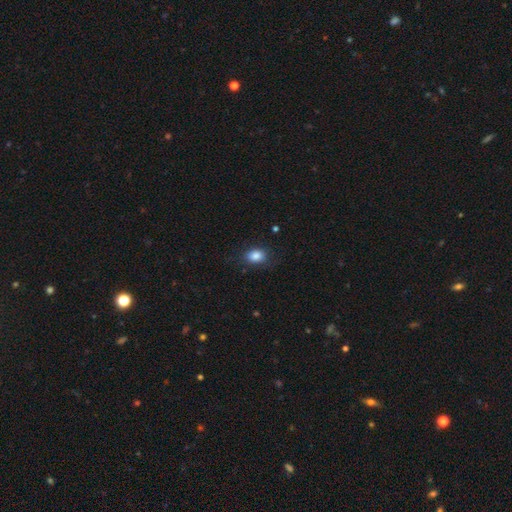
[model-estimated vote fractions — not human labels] Smooth or featured? smooth (85%)
How rounded? in between (71%)
Merging? none (78%)